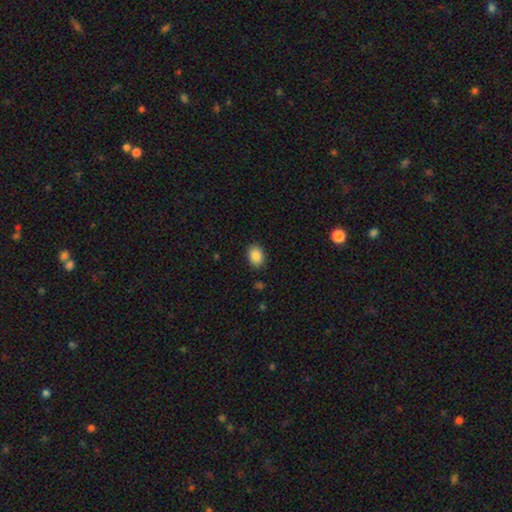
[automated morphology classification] Q: Smooth or featured?
A: smooth (88%); runner-up: star or artifact (8%)
Q: How rounded?
A: in between (71%); runner-up: round (28%)
Q: Merging?
A: none (86%); runner-up: minor disturbance (10%)